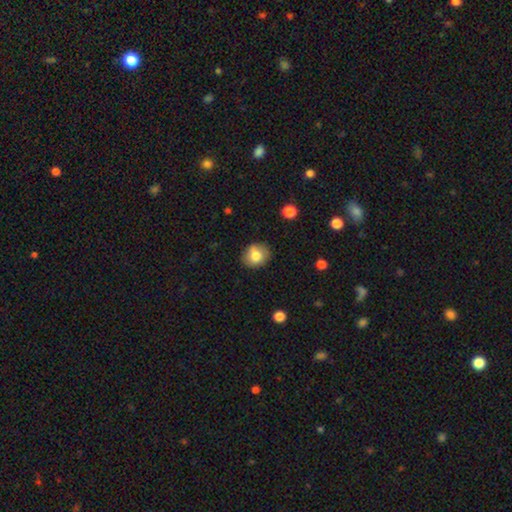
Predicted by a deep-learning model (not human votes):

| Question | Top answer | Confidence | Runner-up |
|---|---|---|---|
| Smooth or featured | smooth | 78% | featured or disk (13%) |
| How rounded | round | 69% | in between (30%) |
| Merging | none | 78% | minor disturbance (17%) |